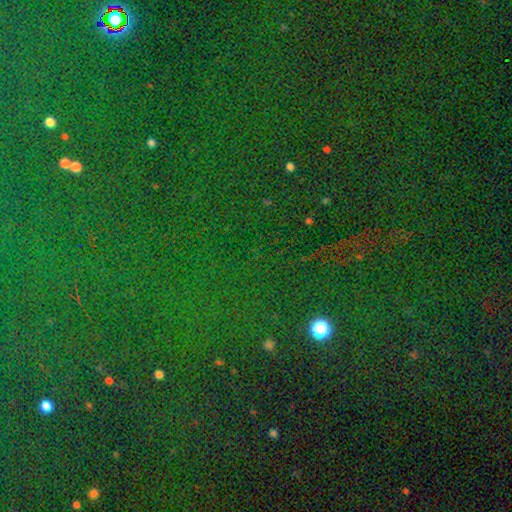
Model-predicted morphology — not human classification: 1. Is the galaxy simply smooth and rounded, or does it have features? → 81% star or artifact, 11% smooth, 8% featured or disk.